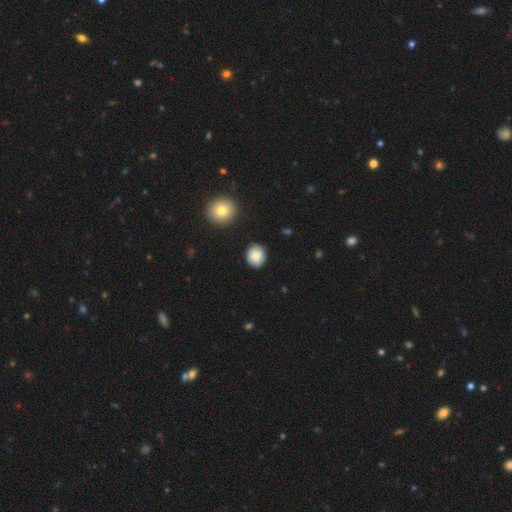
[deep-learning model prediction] Q: Smooth or featured?
A: smooth (82%); runner-up: featured or disk (10%)
Q: How rounded?
A: round (76%); runner-up: in between (23%)
Q: Merging?
A: none (86%); runner-up: minor disturbance (10%)